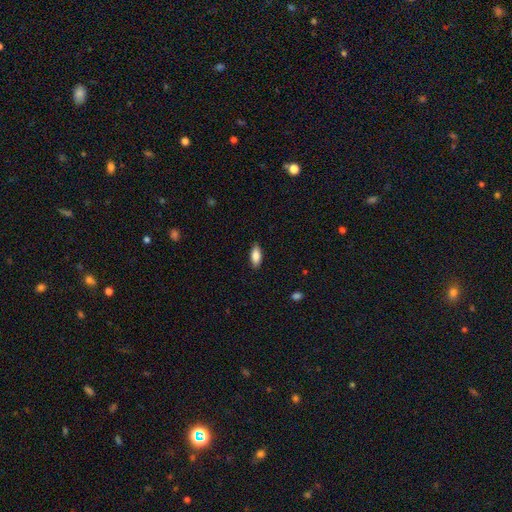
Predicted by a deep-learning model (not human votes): smooth-or-featured: smooth: 85% | featured or disk: 9% | star or artifact: 6%
  how-rounded: in between: 85% | cigar-shaped: 13% | round: 2%
  merging: none: 87% | minor disturbance: 10% | major disturbance: 2% | merger: 1%